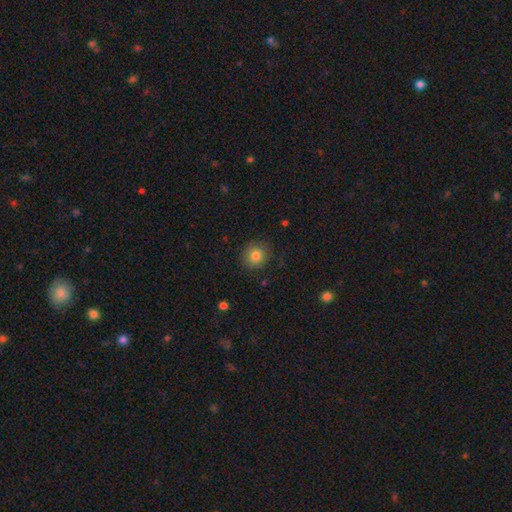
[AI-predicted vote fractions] smooth-or-featured: smooth: 83% | star or artifact: 10% | featured or disk: 7%
  how-rounded: round: 89% | in between: 10% | cigar-shaped: 1%
  merging: none: 87% | minor disturbance: 10% | major disturbance: 3% | merger: 1%